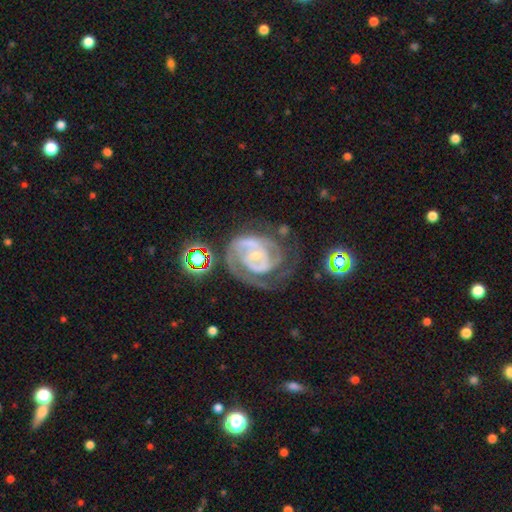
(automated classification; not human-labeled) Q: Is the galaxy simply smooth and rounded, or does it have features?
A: featured or disk — 86%.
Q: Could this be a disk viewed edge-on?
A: no — 98%.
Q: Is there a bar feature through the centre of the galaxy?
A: no — 51%.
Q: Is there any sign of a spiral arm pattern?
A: yes — 94%.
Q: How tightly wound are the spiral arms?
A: tight — 61%.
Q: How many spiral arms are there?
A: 2 — 45%.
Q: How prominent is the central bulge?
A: small — 73%.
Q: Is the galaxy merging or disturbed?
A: none — 52%.